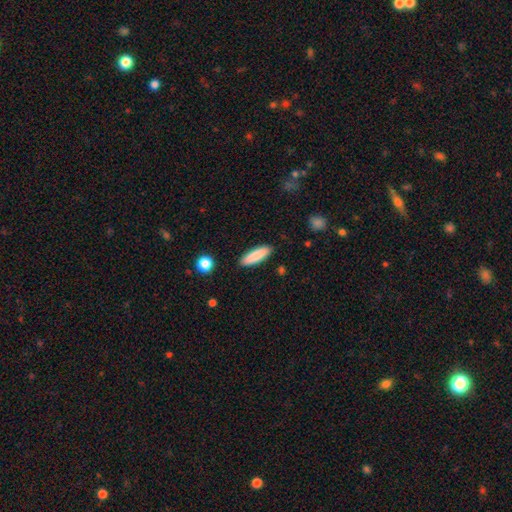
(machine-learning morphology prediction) type=smooth (87%); roundness=cigar-shaped (63%); merging=none (90%).